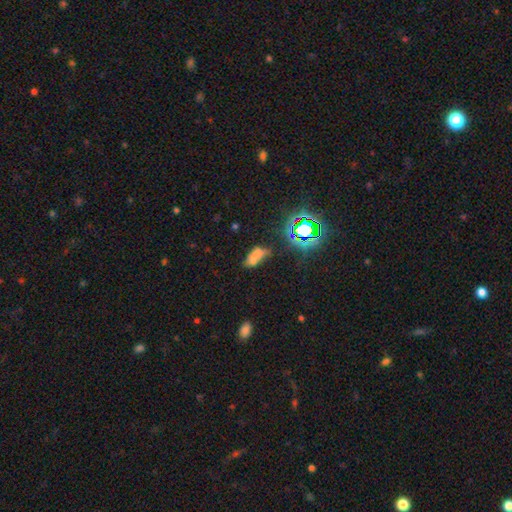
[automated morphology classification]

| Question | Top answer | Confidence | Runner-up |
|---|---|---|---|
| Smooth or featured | smooth | 56% | star or artifact (23%) |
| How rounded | in between | 81% | cigar-shaped (12%) |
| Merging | none | 33% | merger (24%) |